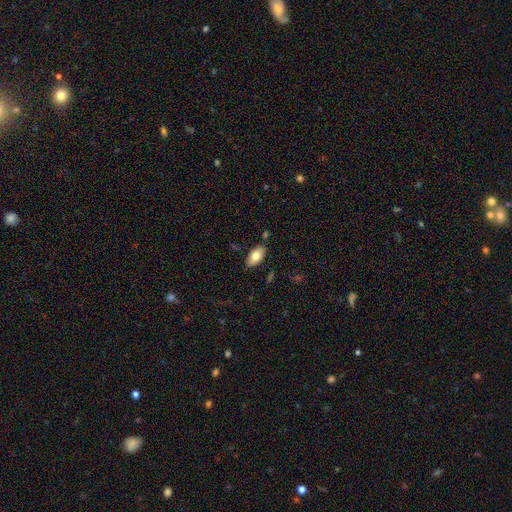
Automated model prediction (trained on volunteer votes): The model was most divided on "smooth or featured": smooth: 76%, featured or disk: 17%, star or artifact: 7%. More confident: how rounded — in between (93%); merging — none (83%).